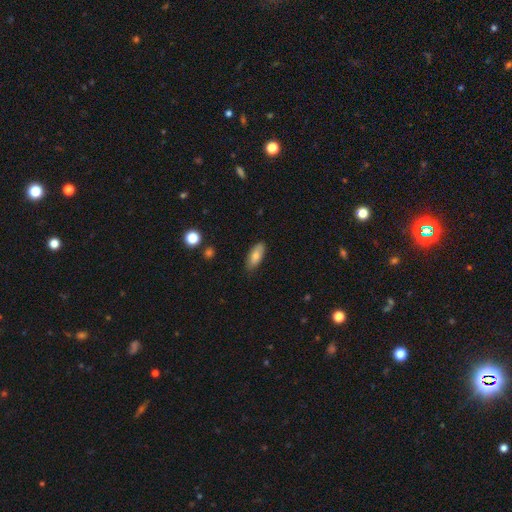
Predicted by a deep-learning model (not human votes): Q: Smooth or featured?
A: smooth (75%); runner-up: featured or disk (18%)
Q: How rounded?
A: in between (82%); runner-up: cigar-shaped (15%)
Q: Merging?
A: none (82%); runner-up: minor disturbance (15%)